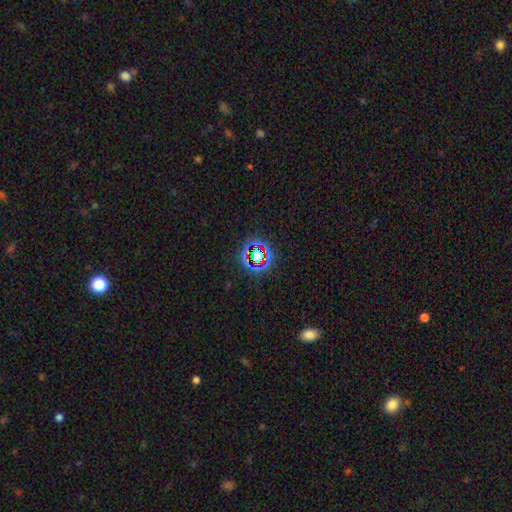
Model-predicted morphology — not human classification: Smooth or featured? star or artifact (69%)